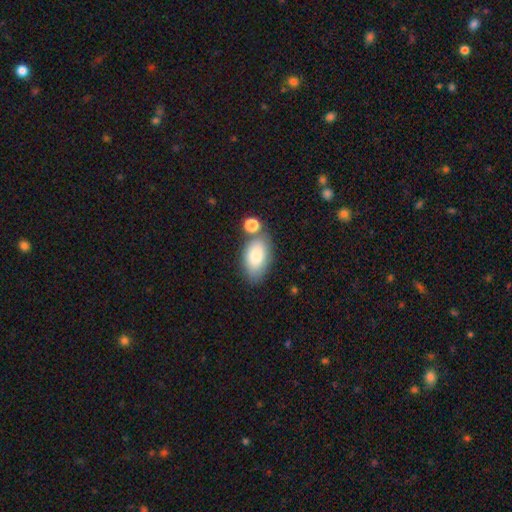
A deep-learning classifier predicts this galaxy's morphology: Smooth or featured? smooth (81%)
How rounded? in between (93%)
Merging? none (64%)